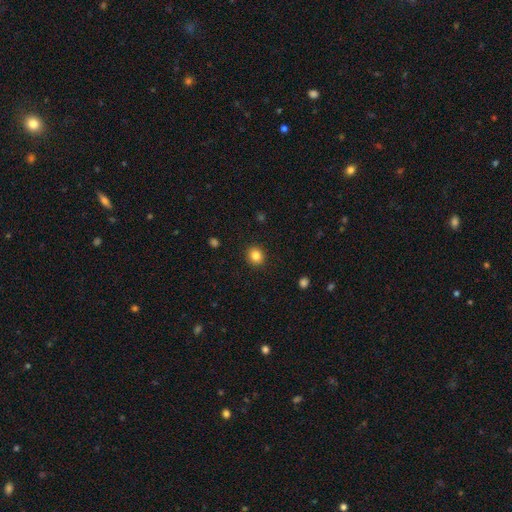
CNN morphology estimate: smooth_or_featured: smooth (p=0.84) [alt: star or artifact p=0.11]
how_rounded: round (p=0.86) [alt: in between p=0.13]
merging: none (p=0.92) [alt: minor disturbance p=0.05]